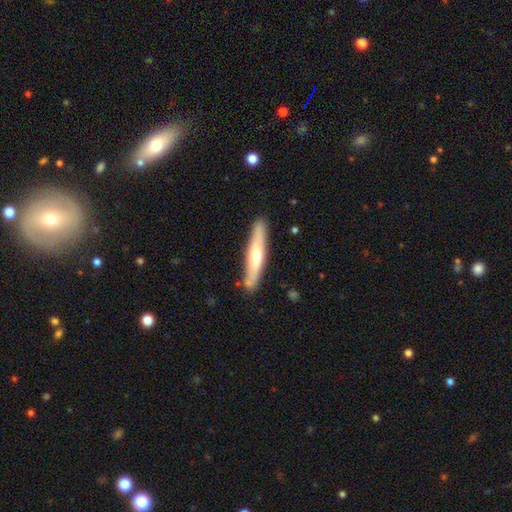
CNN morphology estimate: Smooth or featured? Predicted: smooth (p=0.54). How rounded? Predicted: cigar-shaped (p=0.90). Merging? Predicted: none (p=0.84).